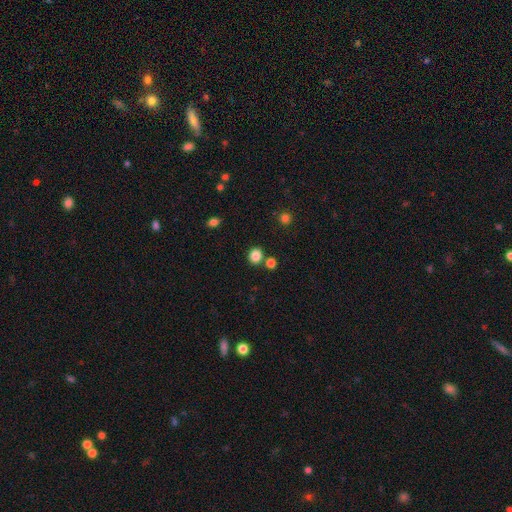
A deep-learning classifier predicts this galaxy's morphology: type=smooth (84%); roundness=round (78%); merging=none (79%).